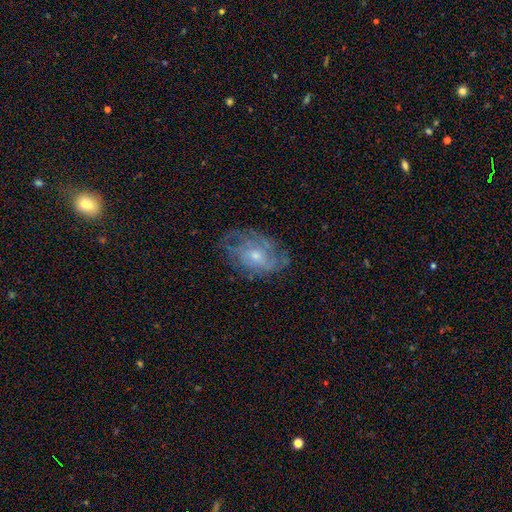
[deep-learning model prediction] A featured or disk galaxy (74%) with no bar (73%), tight (55%) spiral arms (84%) and a small central bulge (49%). Merging: none (66%).